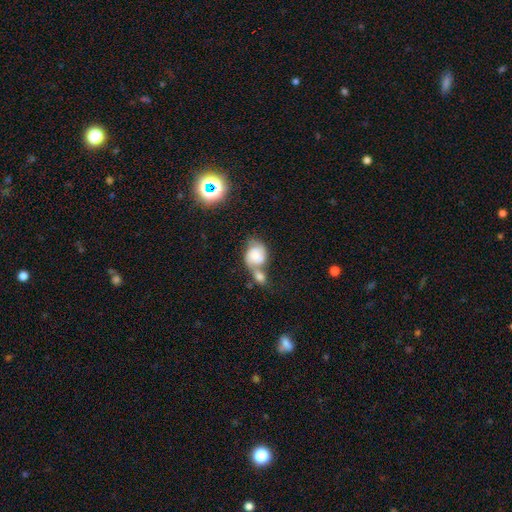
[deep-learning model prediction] Q: Smooth or featured?
A: smooth (49%); runner-up: featured or disk (42%)
Q: Merging?
A: merger (60%); runner-up: none (19%)